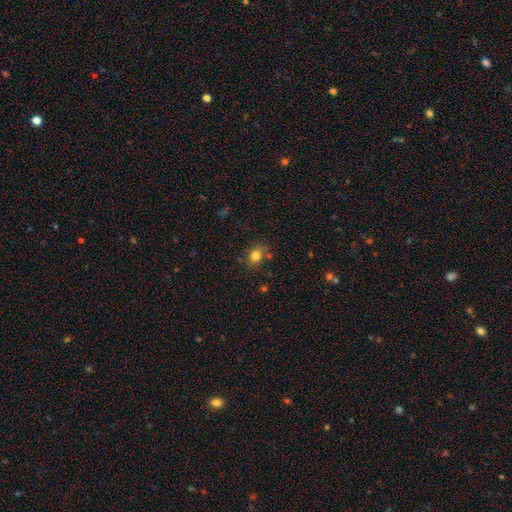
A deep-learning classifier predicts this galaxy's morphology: Smooth or featured: smooth — 80% (star or artifact — 12%)
How rounded: in between — 50% (round — 49%)
Merging: none — 72% (minor disturbance — 18%)